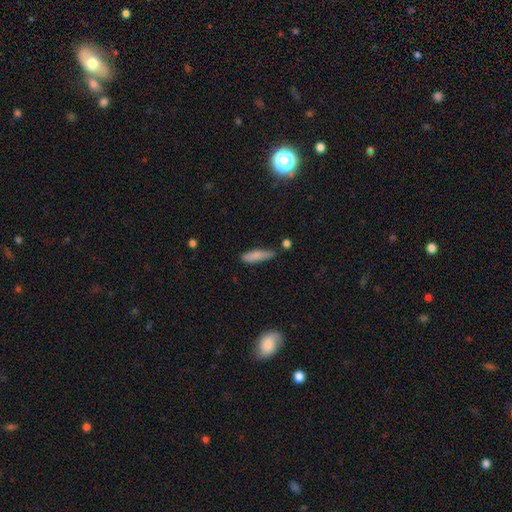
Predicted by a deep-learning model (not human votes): smooth_or_featured: smooth (p=0.81) [alt: featured or disk p=0.12]
how_rounded: cigar-shaped (p=0.69) [alt: in between p=0.29]
merging: none (p=0.65) [alt: minor disturbance p=0.25]